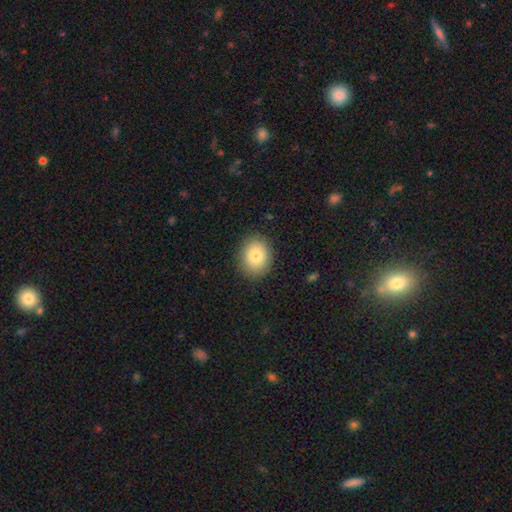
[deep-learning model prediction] The model was most divided on "how rounded": round: 59%, in between: 40%, cigar-shaped: 1%. More confident: merging — none (88%); smooth or featured — smooth (81%).